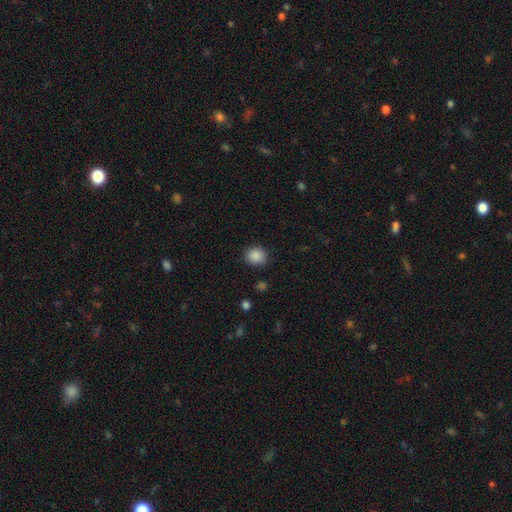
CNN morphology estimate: Overall: smooth (88%). How rounded: round (83%). Merging: none (88%).